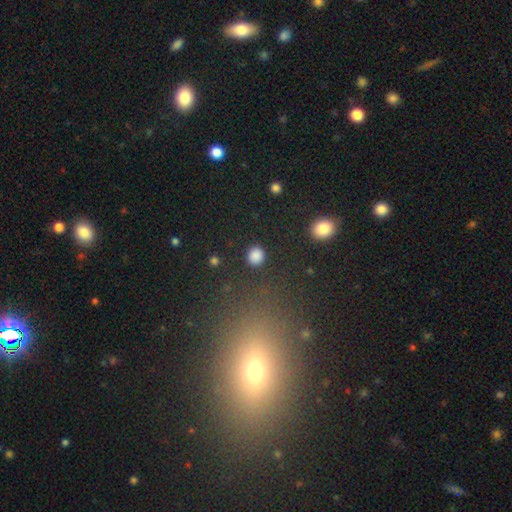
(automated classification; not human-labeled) A smooth galaxy with no disk features (86%) that is round (86%). Merging: none (89%).